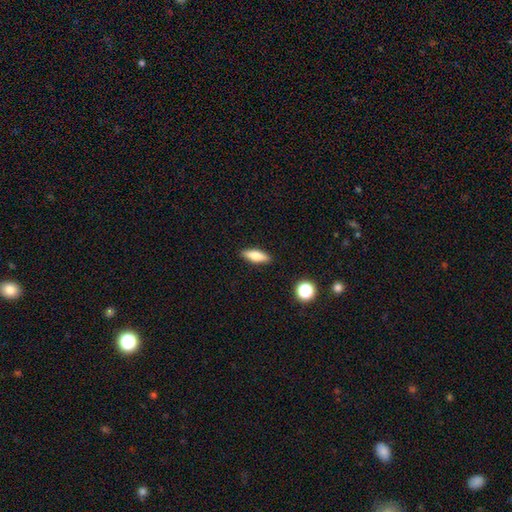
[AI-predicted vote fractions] smooth-or-featured: smooth: 73% | featured or disk: 20% | star or artifact: 7%
  how-rounded: in between: 53% | cigar-shaped: 44% | round: 3%
  merging: none: 89% | minor disturbance: 8% | major disturbance: 2% | merger: 1%